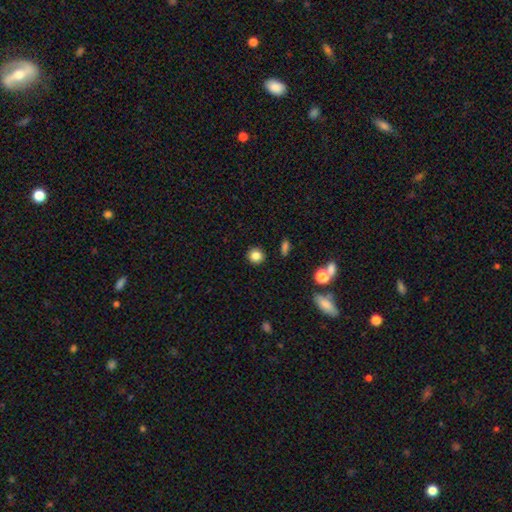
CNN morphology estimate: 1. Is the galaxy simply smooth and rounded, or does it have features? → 83% smooth, 11% star or artifact, 5% featured or disk.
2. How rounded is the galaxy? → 89% round, 10% in between, 1% cigar-shaped.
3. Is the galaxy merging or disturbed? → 90% none, 6% minor disturbance, 2% major disturbance, 2% merger.